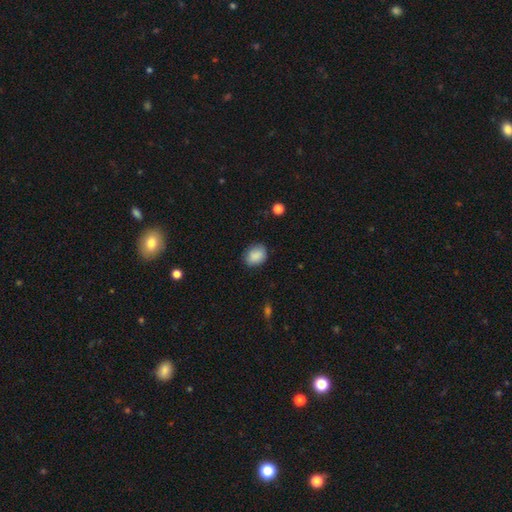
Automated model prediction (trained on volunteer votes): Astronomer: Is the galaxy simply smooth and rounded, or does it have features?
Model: smooth — 87%.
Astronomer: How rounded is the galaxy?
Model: in between — 52% (runner-up: round, 47%).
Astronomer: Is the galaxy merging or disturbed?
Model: none — 78%.